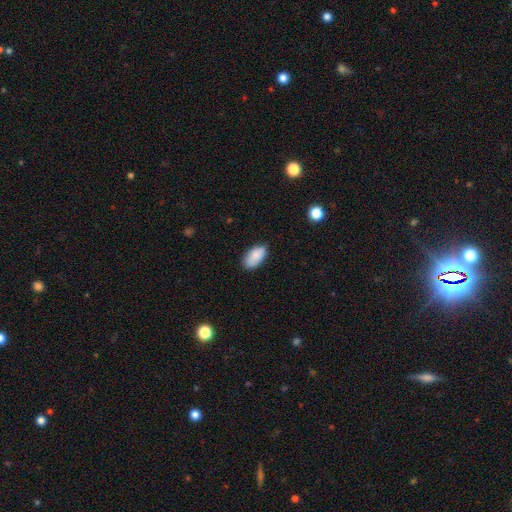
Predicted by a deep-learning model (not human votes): Smooth or featured? Predicted: smooth (p=0.85). How rounded? Predicted: in between (p=0.94). Merging? Predicted: none (p=0.75).